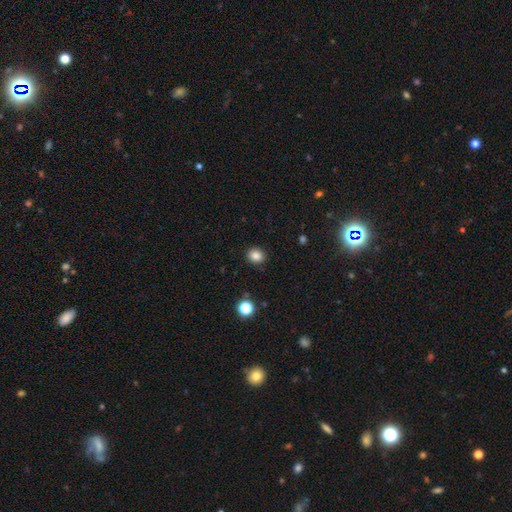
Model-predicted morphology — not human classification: type=smooth (84%); roundness=round (73%); merging=none (90%).